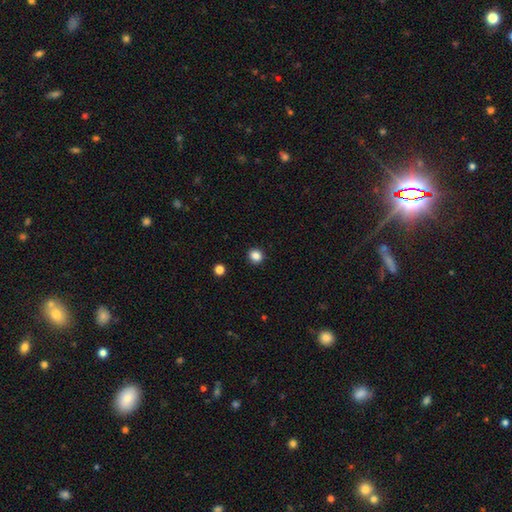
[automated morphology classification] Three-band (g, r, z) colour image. It shows a smooth galaxy with no disk features (85%) that is round (85%). Merging: none (92%).